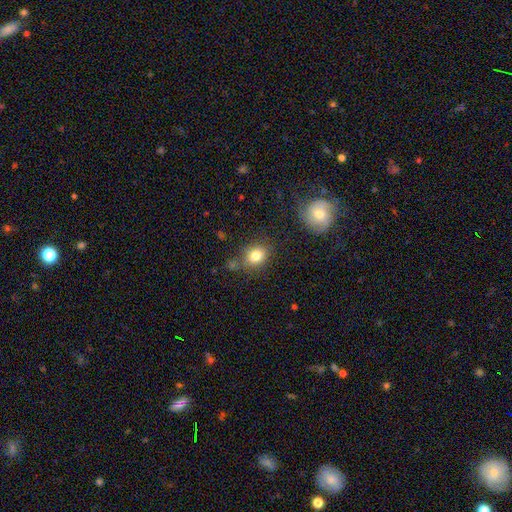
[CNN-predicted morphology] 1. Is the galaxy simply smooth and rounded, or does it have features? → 80% smooth, 11% star or artifact, 9% featured or disk.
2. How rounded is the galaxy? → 59% round, 40% in between, 1% cigar-shaped.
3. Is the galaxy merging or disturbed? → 73% none, 15% minor disturbance, 8% merger, 5% major disturbance.